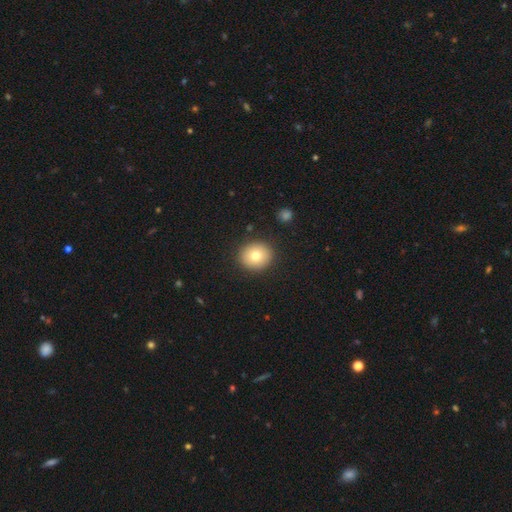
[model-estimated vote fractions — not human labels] Overall: smooth (77%). How rounded: round (82%). Merging: none (90%).